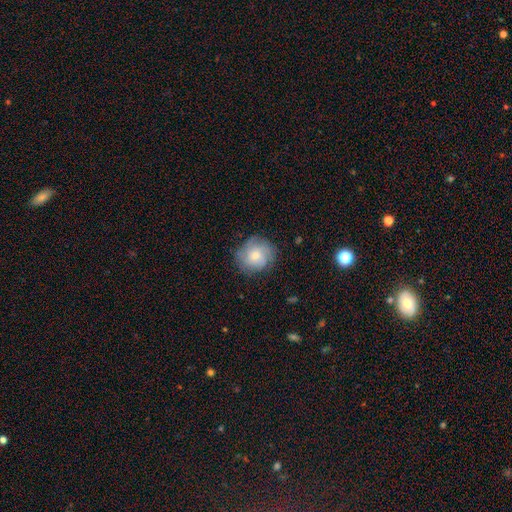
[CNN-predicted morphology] This is likely a smooth galaxy (64%). How rounded: clearly round (85%). Merging: likely none (76%).